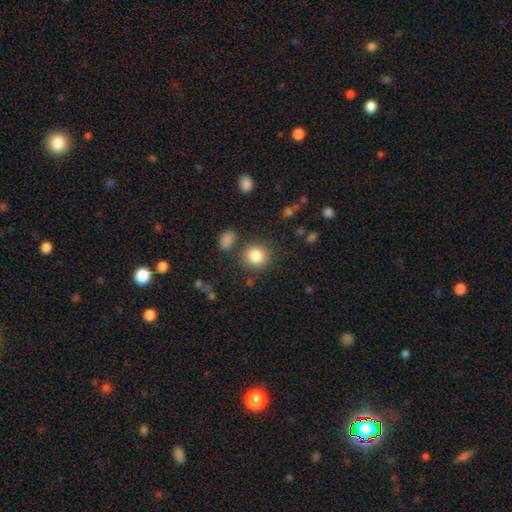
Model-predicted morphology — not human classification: Smooth or featured? Predicted: smooth (p=0.84). How rounded? Predicted: round (p=0.86). Merging? Predicted: none (p=0.83).